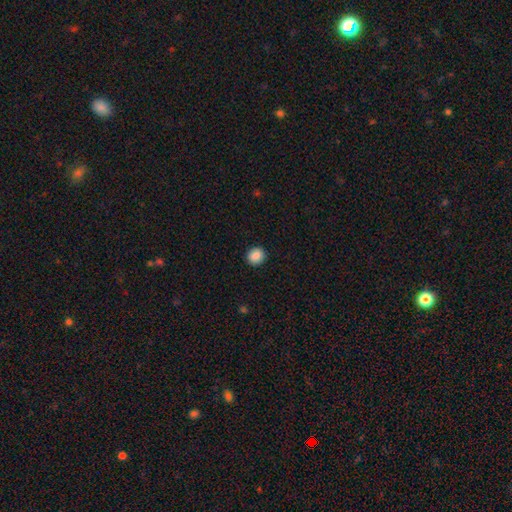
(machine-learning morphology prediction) A smooth galaxy with no disk features (88%) that is round (84%).

Vote fractions:
- Smooth or featured? smooth: 88% / star or artifact: 9% / featured or disk: 3%
- How rounded? round: 84% / in between: 15% / cigar-shaped: 1%
- Merging? none: 92% / minor disturbance: 6% / major disturbance: 2% / merger: 1%